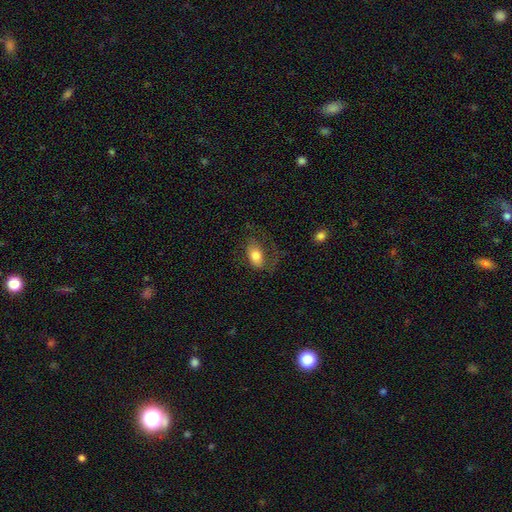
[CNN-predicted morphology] The model was most divided on "merging": none: 44%, major disturbance: 31%, minor disturbance: 22%, merger: 2%. More confident: how rounded — in between (89%); smooth or featured — smooth (69%).